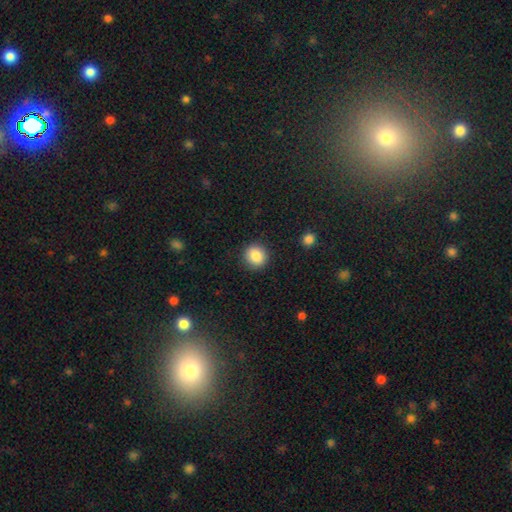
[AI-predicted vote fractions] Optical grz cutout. It shows a smooth galaxy with no disk features (86%) that is round (89%). Merging: none (91%).